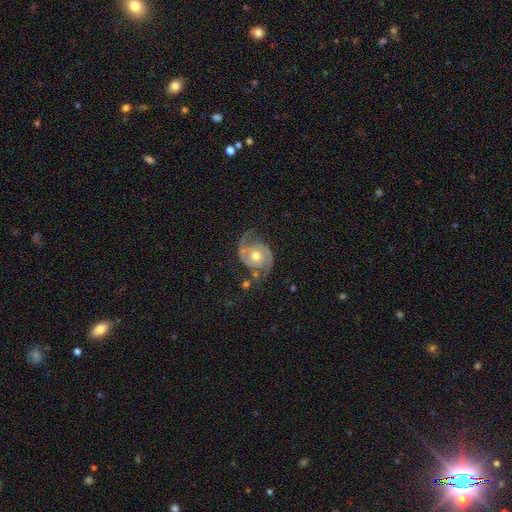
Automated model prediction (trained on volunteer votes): Smooth or featured? Predicted: featured or disk (p=0.89). Edge-on disk? Predicted: no (p=0.98). Bar? Predicted: no (p=0.73). Spiral arms? Predicted: yes (p=0.97). Spiral winding? Predicted: medium (p=0.48). Spiral arm count? Predicted: 2 (p=0.92). Bulge size? Predicted: moderate (p=0.78). Merging? Predicted: none (p=0.69).